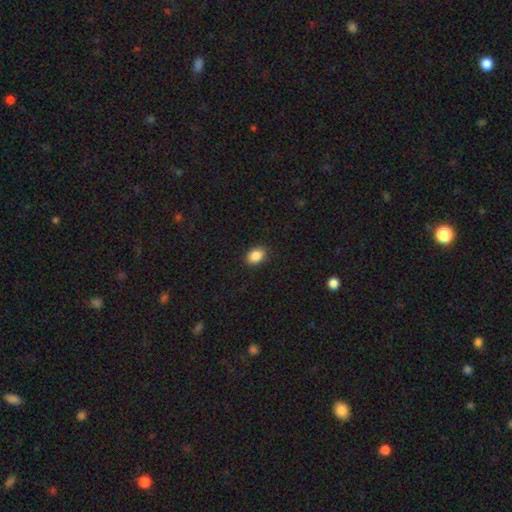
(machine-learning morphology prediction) smooth_or_featured: smooth (p=0.88) [alt: star or artifact p=0.08]
how_rounded: in between (p=0.77) [alt: round p=0.22]
merging: none (p=0.89) [alt: minor disturbance p=0.08]